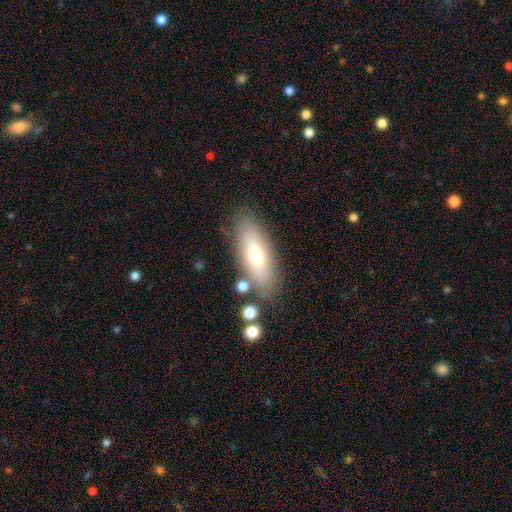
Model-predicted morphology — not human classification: Smooth or featured? Predicted: smooth (p=0.63). How rounded? Predicted: in between (p=0.67). Merging? Predicted: none (p=0.80).